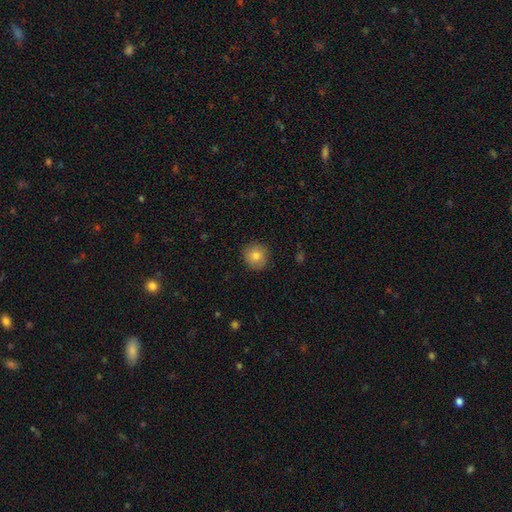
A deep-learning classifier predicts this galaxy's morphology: A smooth galaxy with no disk features (80%) that is round (92%).

Vote fractions:
- Smooth or featured? smooth: 80% / featured or disk: 11% / star or artifact: 9%
- How rounded? round: 92% / in between: 7% / cigar-shaped: 1%
- Merging? none: 88% / minor disturbance: 9% / major disturbance: 2% / merger: 1%